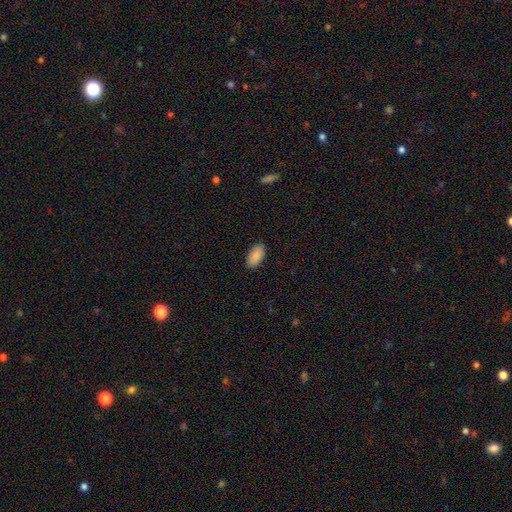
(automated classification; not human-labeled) Smooth or featured: smooth — 89% (star or artifact — 6%)
How rounded: in between — 95% (cigar-shaped — 3%)
Merging: none — 89% (minor disturbance — 8%)